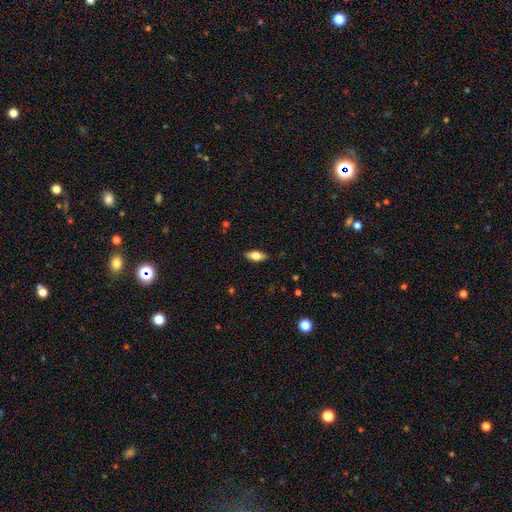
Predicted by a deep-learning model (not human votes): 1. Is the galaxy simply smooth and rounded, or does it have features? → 73% smooth, 20% featured or disk, 7% star or artifact.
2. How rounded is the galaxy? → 84% in between, 14% cigar-shaped, 3% round.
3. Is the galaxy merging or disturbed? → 87% none, 10% minor disturbance, 2% major disturbance, 1% merger.